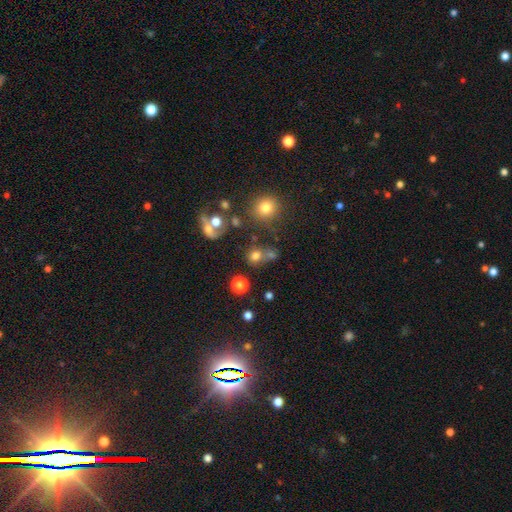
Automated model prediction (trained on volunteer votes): Morphology: type=smooth (72%); roundness=round (78%); merging=none (52%).